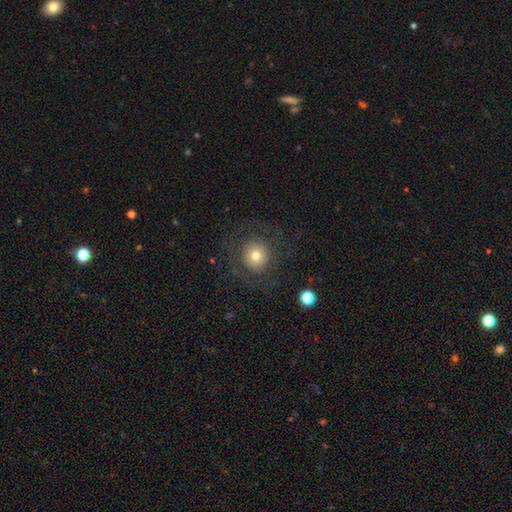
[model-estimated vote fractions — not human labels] The model was most divided on "smooth or featured": smooth: 65%, featured or disk: 23%, star or artifact: 12%. More confident: how rounded — round (92%); merging — none (77%).